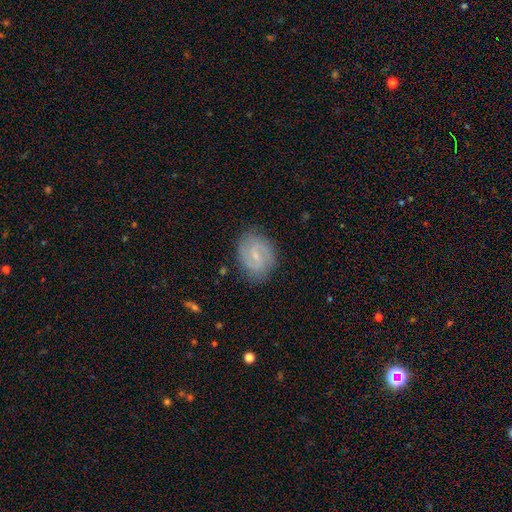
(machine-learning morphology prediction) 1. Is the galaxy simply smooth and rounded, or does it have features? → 78% featured or disk, 16% smooth, 6% star or artifact.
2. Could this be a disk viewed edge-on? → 98% no, 2% yes.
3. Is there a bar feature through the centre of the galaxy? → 59% weak, 22% no, 18% strong.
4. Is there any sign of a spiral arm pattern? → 94% yes, 6% no.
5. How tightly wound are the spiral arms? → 49% medium, 32% tight, 20% loose.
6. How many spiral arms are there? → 86% 2, 7% can't tell, 3% 3, 2% 1, 1% 4, 1% more than 4.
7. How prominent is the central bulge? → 71% small, 16% moderate, 11% none, 1% large, 1% dominant.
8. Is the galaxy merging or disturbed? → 83% none, 12% minor disturbance, 3% major disturbance, 1% merger.